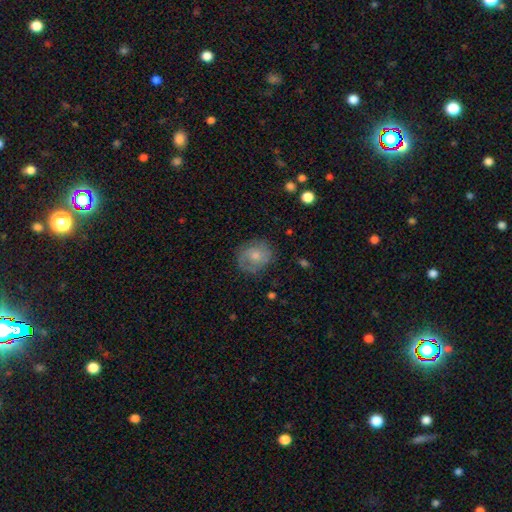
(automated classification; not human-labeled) A smooth galaxy with no disk features (64%) that is round (72%).

Vote fractions:
- Smooth or featured? smooth: 64% / featured or disk: 28% / star or artifact: 8%
- How rounded? round: 72% / in between: 27% / cigar-shaped: 1%
- Merging? none: 70% / minor disturbance: 21% / major disturbance: 8% / merger: 1%